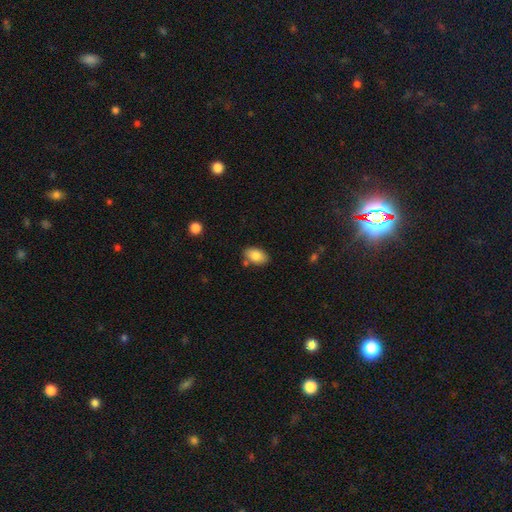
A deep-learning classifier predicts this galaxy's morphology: A smooth galaxy with no disk features (83%) that is in between round and cigar-shaped (91%). Merging: none (80%).